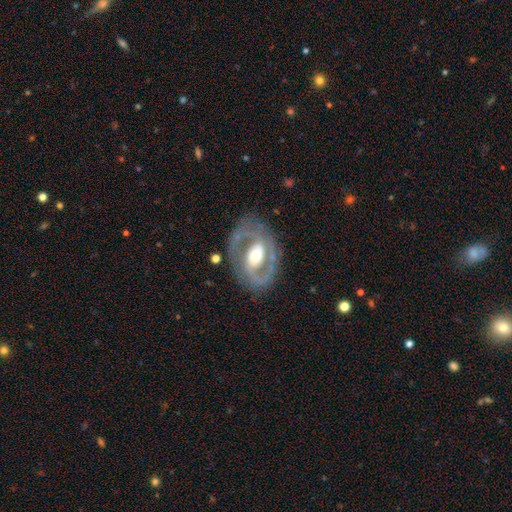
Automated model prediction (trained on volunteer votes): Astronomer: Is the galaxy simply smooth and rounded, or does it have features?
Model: featured or disk — 84%.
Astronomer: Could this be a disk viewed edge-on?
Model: no — 96%.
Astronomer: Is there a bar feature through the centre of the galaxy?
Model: no — 42% (runner-up: weak, 34%).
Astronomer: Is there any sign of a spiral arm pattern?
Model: yes — 82%.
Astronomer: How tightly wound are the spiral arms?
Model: medium — 49% (runner-up: tight, 34%).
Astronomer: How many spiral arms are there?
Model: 2 — 84%.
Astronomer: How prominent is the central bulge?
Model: moderate — 64%.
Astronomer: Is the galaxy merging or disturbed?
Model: none — 77%.